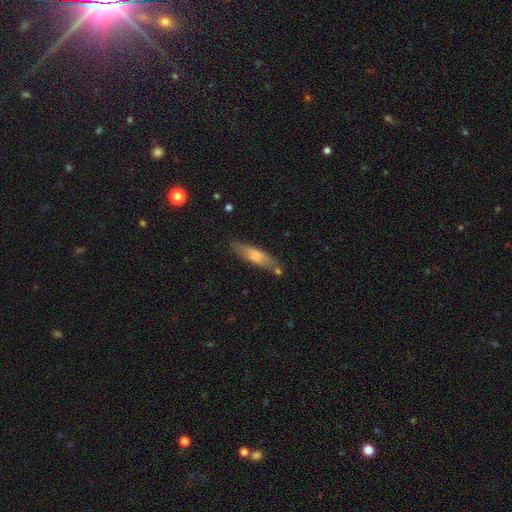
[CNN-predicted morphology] This appears to be a smooth galaxy with no disk features (65%) that is cigar-shaped (67%). Merging: none (72%).